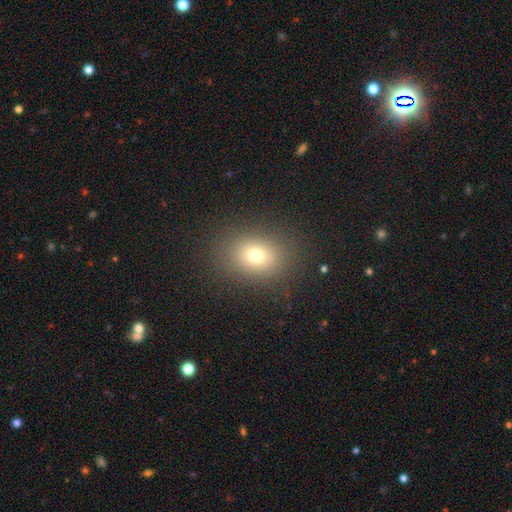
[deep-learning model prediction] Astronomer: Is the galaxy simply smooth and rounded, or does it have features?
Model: smooth — 72%.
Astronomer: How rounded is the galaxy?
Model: in between — 51% (runner-up: round, 48%).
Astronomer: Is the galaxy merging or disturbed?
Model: none — 86%.